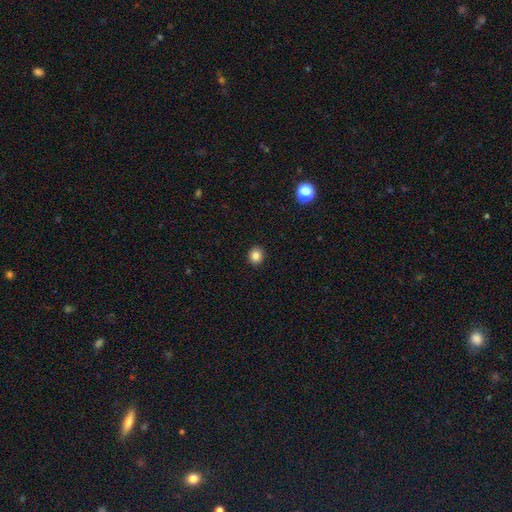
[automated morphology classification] A smooth galaxy with no disk features (85%) that is round (86%). Merging: none (92%).